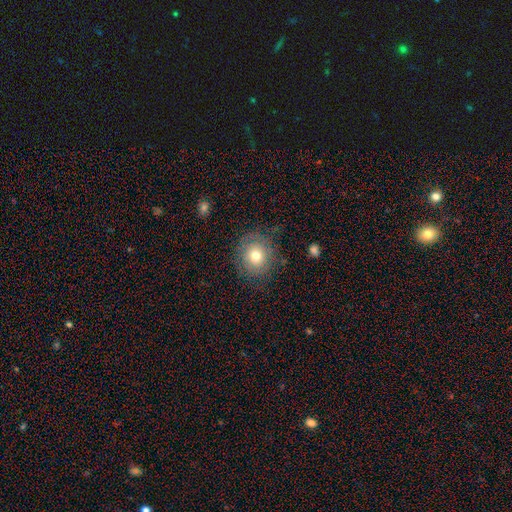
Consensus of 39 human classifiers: A smooth galaxy with no disk features (79%) that is round (94%).

Vote fractions:
- Smooth or featured? smooth: 79% / featured or disk: 15% / star or artifact: 5%
- How rounded? round: 94% / in between: 6% / cigar-shaped: 0%
- Merging? none: 73% / minor disturbance: 14% / major disturbance: 8% / merger: 5%